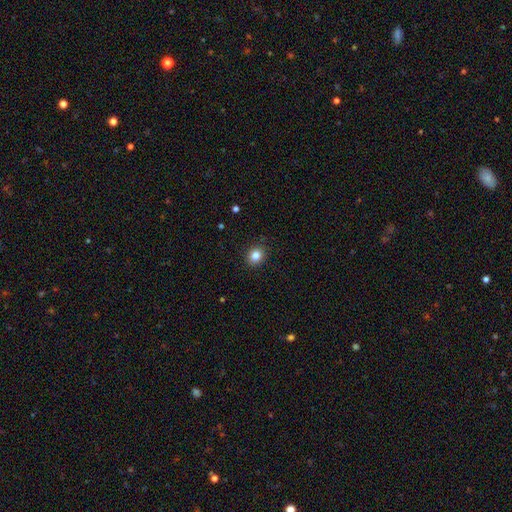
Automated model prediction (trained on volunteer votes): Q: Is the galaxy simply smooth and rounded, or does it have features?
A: smooth — 83%.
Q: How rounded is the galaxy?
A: round — 70%.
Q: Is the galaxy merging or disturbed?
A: none — 90%.